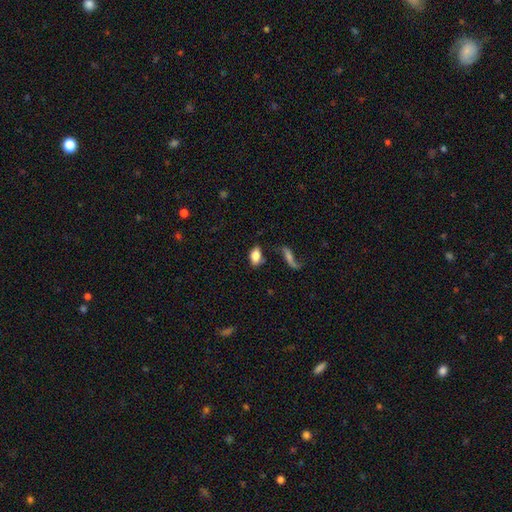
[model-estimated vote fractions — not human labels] A smooth galaxy with no disk features (80%) that is in between round and cigar-shaped (89%).

Vote fractions:
- Smooth or featured? smooth: 80% / featured or disk: 12% / star or artifact: 8%
- How rounded? in between: 89% / round: 7% / cigar-shaped: 4%
- Merging? none: 68% / minor disturbance: 17% / merger: 9% / major disturbance: 6%